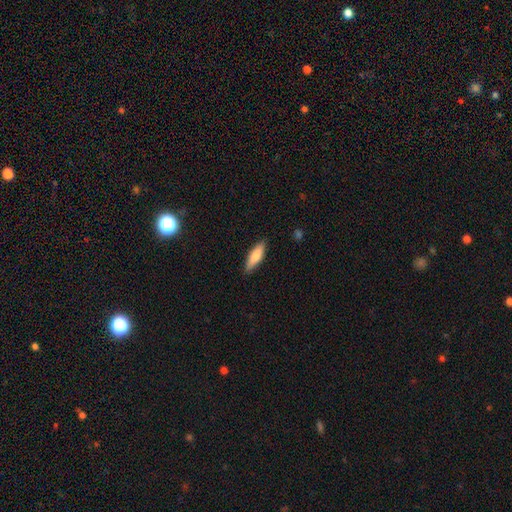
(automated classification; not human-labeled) This appears to be a smooth galaxy with no disk features (77%) that is cigar-shaped (54%). Merging: none (87%).